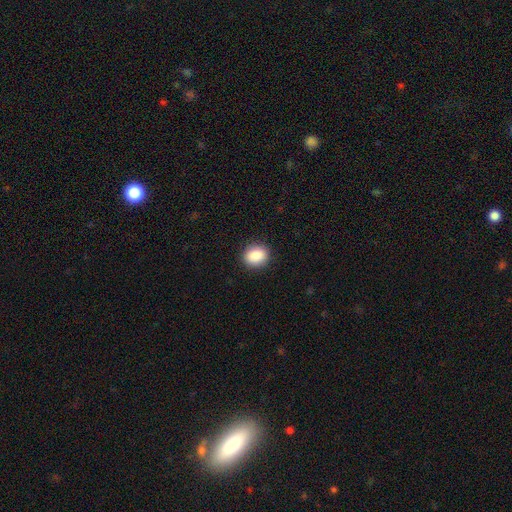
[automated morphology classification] smooth_or_featured: smooth (p=0.89) [alt: star or artifact p=0.08]
how_rounded: round (p=0.61) [alt: in between p=0.38]
merging: none (p=0.90) [alt: minor disturbance p=0.07]